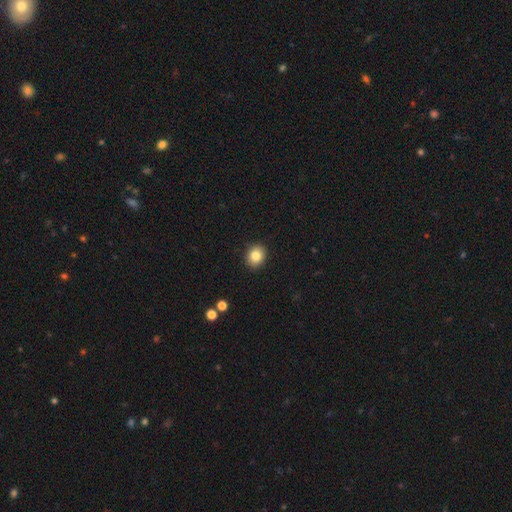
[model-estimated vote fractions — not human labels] The model was most divided on "how rounded": round: 67%, in between: 32%, cigar-shaped: 1%. More confident: merging — none (91%); smooth or featured — smooth (83%).